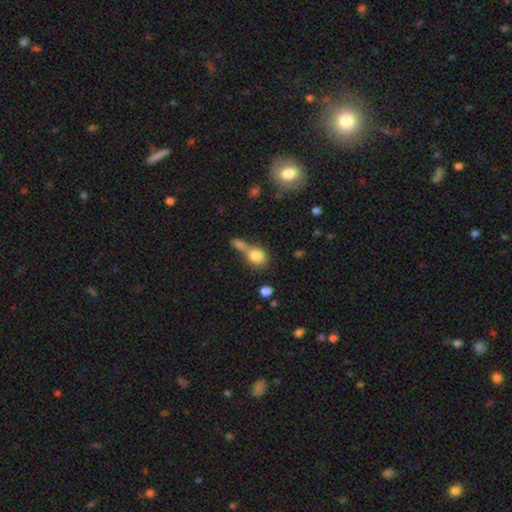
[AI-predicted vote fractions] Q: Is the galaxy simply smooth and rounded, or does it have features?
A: smooth — 81%.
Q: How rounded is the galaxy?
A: round — 64%.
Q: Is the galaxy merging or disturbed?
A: merger — 55%.